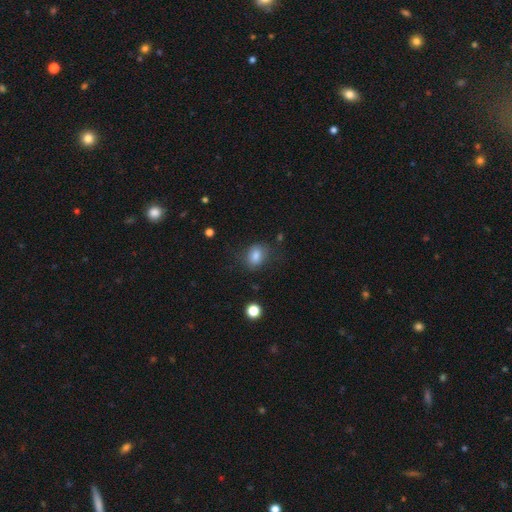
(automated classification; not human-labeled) A smooth galaxy with no disk features (79%) that is in between round and cigar-shaped (59%). Merging: none (70%).